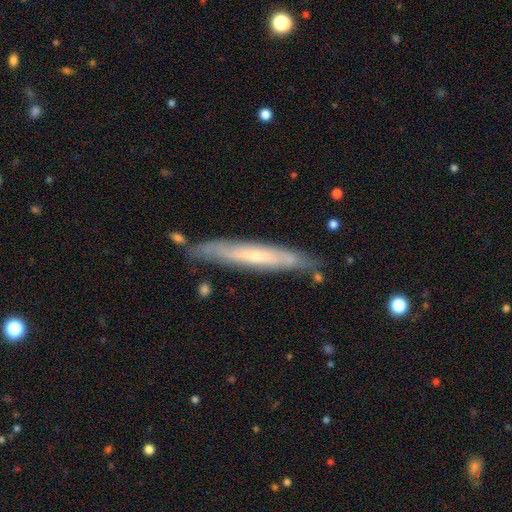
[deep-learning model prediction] A featured or disk galaxy (59%) viewed edge-on (77%). Merging: none (80%).